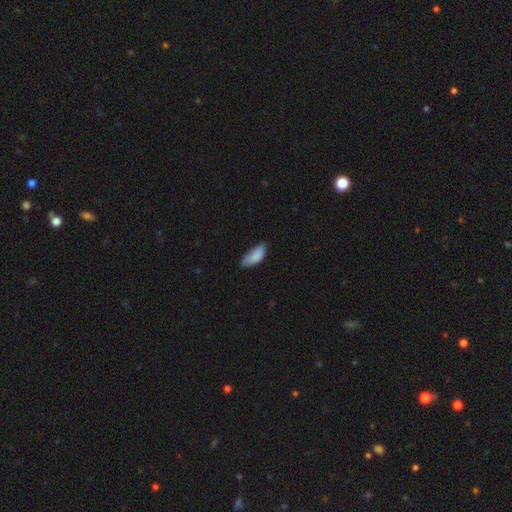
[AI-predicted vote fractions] smooth 86%, featured or disk 7%, star or artifact 7%. Down the decision tree: how rounded — in between (82%); merging — none (54%).